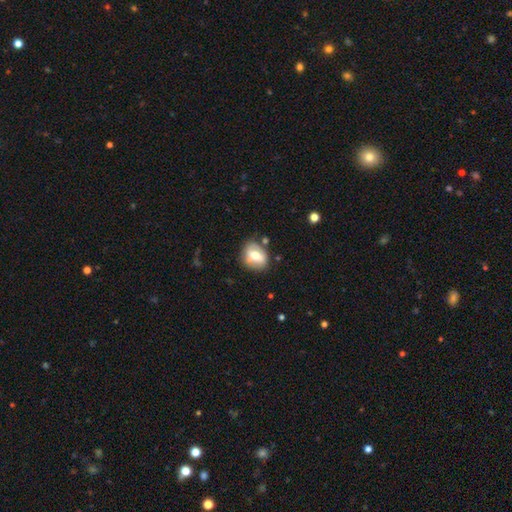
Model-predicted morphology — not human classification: Smooth or featured? smooth (49%)
Merging? none (71%)